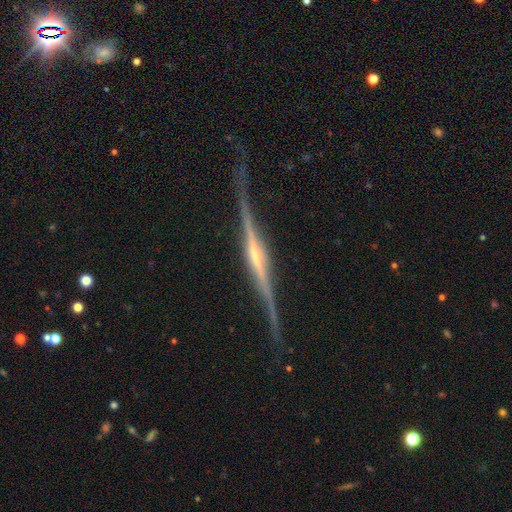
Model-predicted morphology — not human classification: Smooth or featured: featured or disk — 88% (smooth — 7%)
Edge-on disk: yes — 98% (no — 2%)
Edge-on bulge: rounded — 66% (none — 17%)
Merging: none — 80% (minor disturbance — 14%)